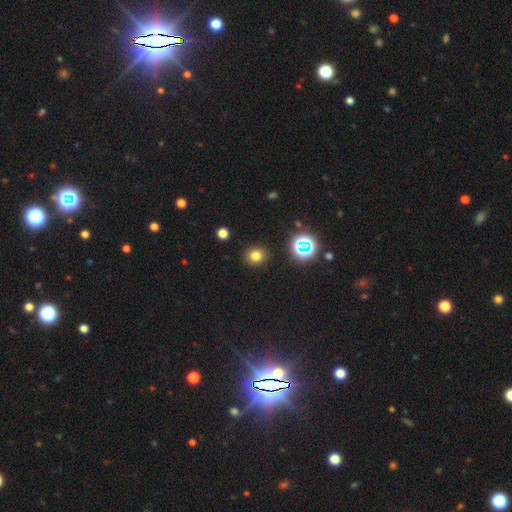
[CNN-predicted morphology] Smooth or featured: smooth — 75% (star or artifact — 19%)
How rounded: round — 79% (in between — 21%)
Merging: none — 90% (minor disturbance — 7%)